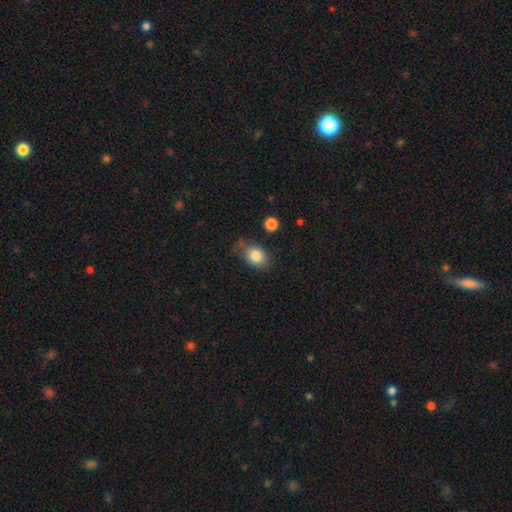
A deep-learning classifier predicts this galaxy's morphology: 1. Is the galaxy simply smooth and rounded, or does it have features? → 82% smooth, 9% featured or disk, 9% star or artifact.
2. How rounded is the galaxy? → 65% in between, 34% round, 1% cigar-shaped.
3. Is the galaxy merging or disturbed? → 66% none, 23% minor disturbance, 6% major disturbance, 4% merger.